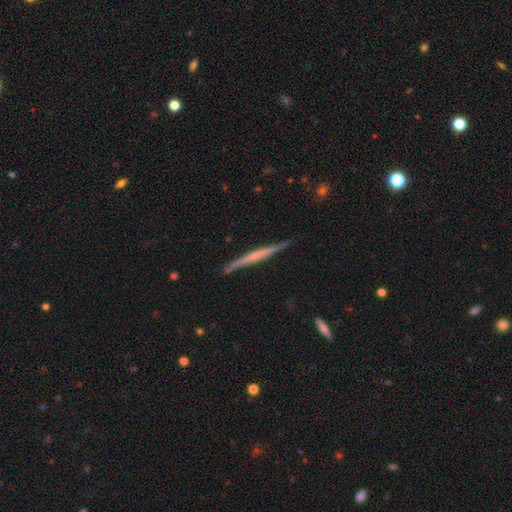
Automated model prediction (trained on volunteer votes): This is likely a featured or disk galaxy (66%). It is clearly viewed edge-on (98%). Edge-on bulge: possibly none (59%). Merging: clearly none (87%).